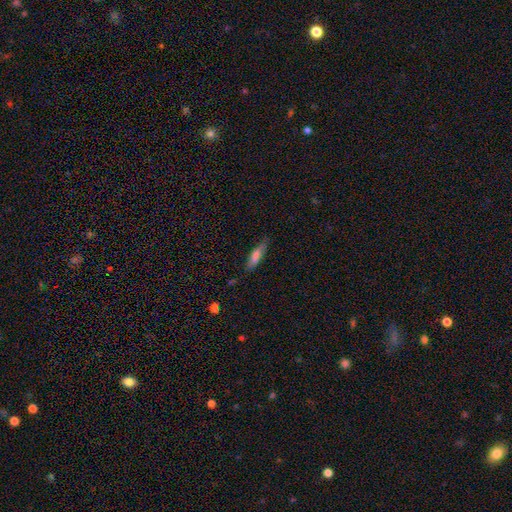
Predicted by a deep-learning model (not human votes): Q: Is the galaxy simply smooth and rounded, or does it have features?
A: smooth — 66%.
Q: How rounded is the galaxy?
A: cigar-shaped — 72%.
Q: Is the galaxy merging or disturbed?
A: none — 76%.